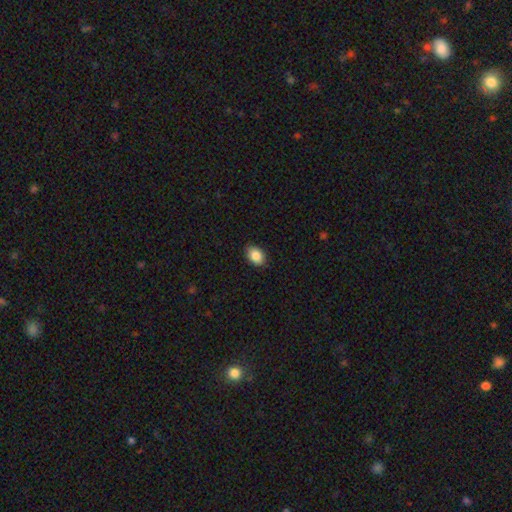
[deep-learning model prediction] smooth_or_featured: smooth (p=0.88) [alt: star or artifact p=0.08]
how_rounded: in between (p=0.83) [alt: round p=0.16]
merging: none (p=0.88) [alt: minor disturbance p=0.09]